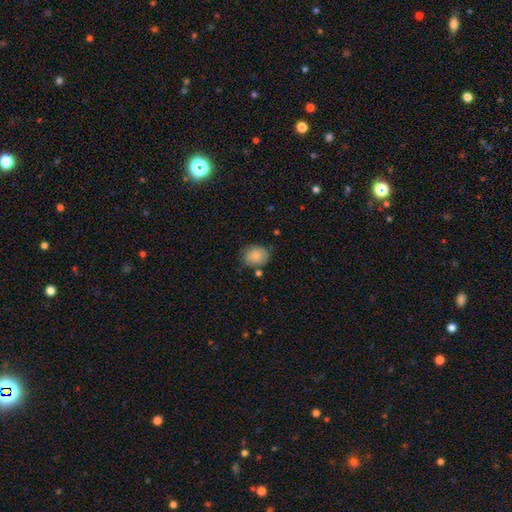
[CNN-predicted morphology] Smooth or featured? smooth (85%)
How rounded? in between (55%)
Merging? none (69%)